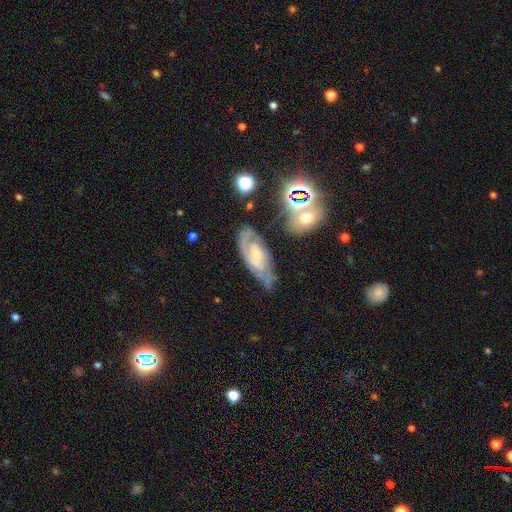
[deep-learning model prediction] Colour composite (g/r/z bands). It shows a featured or disk galaxy (79%) with no bar (50%), 2 (55%) tight (52%) spiral arms (92%) and a small central bulge (51%). Merging: none (62%).